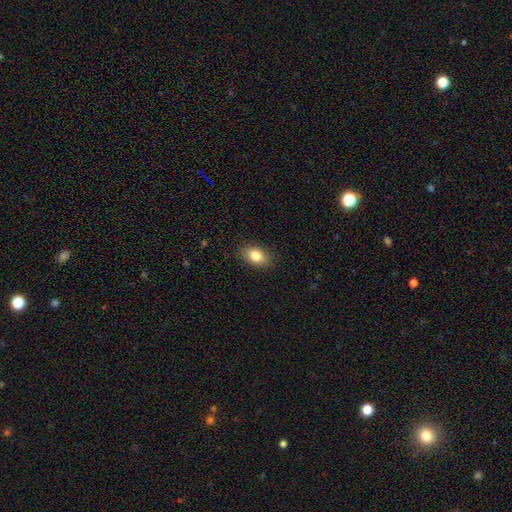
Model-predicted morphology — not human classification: The model was most divided on "how rounded": in between: 82%, round: 16%, cigar-shaped: 2%. More confident: merging — none (88%); smooth or featured — smooth (81%).